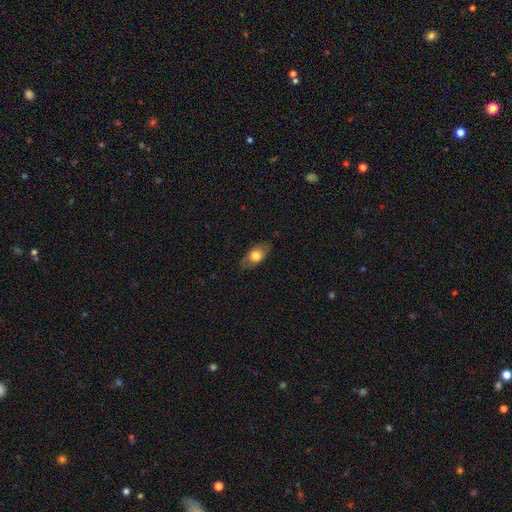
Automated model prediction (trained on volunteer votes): Morphology: type=smooth (65%); roundness=in between (85%); merging=none (80%).